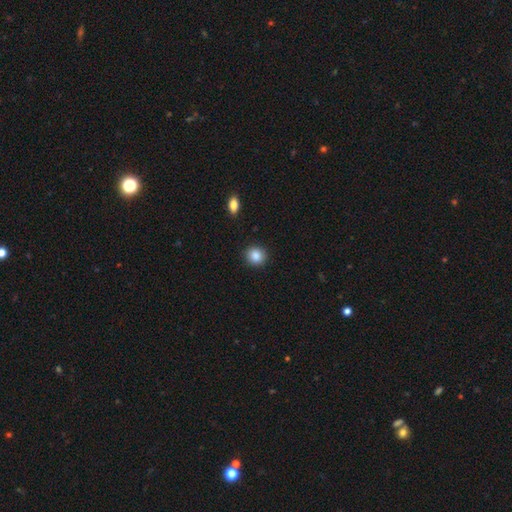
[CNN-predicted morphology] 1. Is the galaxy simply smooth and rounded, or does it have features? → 88% smooth, 9% star or artifact, 4% featured or disk.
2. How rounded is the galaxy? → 84% round, 15% in between, 1% cigar-shaped.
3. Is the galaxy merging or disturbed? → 91% none, 6% minor disturbance, 2% major disturbance, 1% merger.